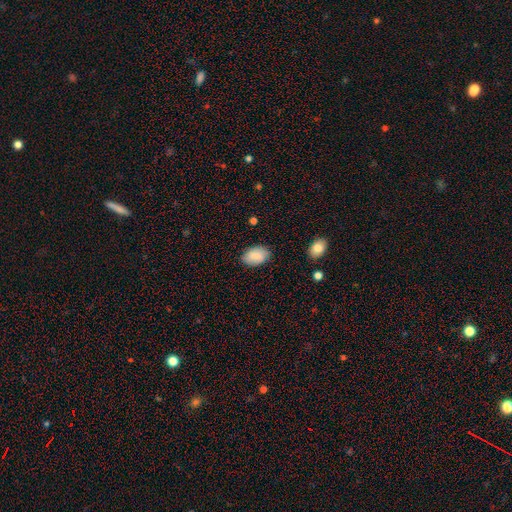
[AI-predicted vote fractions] Q: Smooth or featured?
A: smooth (84%); runner-up: featured or disk (9%)
Q: How rounded?
A: in between (90%); runner-up: round (9%)
Q: Merging?
A: none (81%); runner-up: minor disturbance (15%)